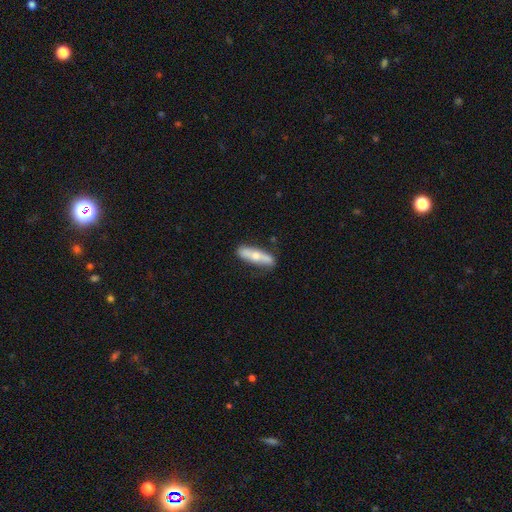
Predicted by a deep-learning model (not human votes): Smooth or featured? Predicted: smooth (p=0.53). How rounded? Predicted: cigar-shaped (p=0.72). Merging? Predicted: none (p=0.79).